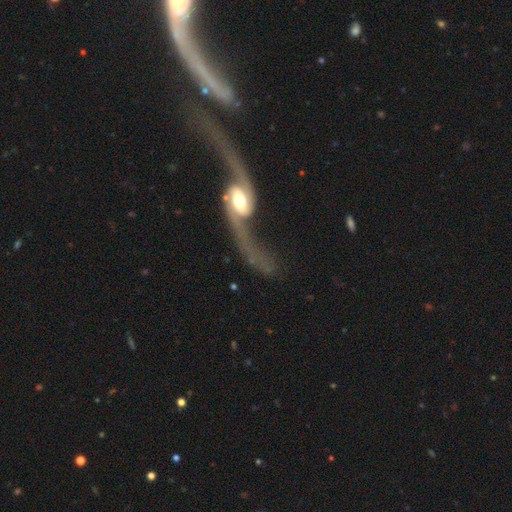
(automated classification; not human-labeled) Morphology: type=featured or disk (88%); edge-on=no (90%); bar=no (52%); spiral arms=yes (94%); winding=loose (89%); arm count=2 (94%); bulge=moderate (57%); merging=none (49%).